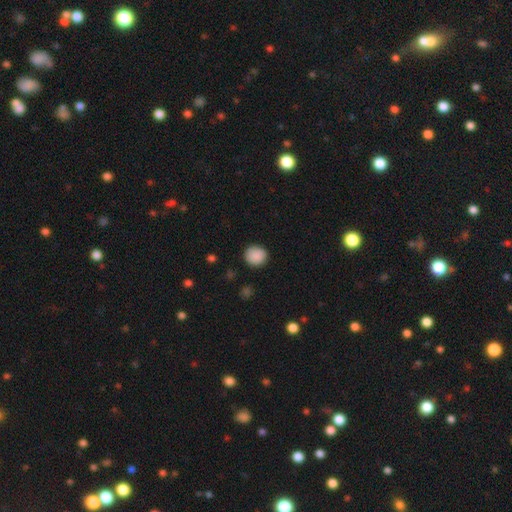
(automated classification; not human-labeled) smooth 89%, star or artifact 8%, featured or disk 3%. Down the decision tree: how rounded — round (88%); merging — none (89%).